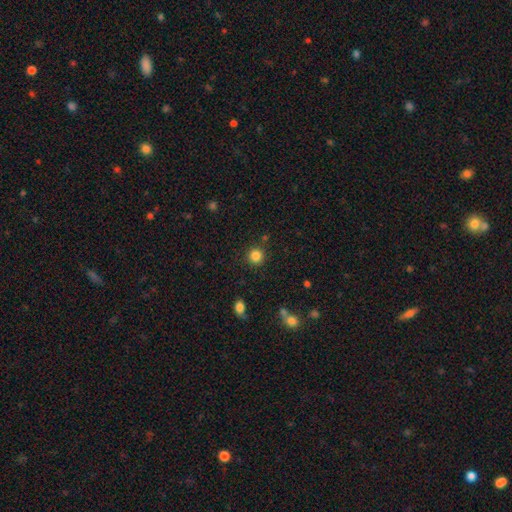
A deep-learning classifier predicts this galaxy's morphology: A smooth galaxy with no disk features (84%) that is round (93%).

Vote fractions:
- Smooth or featured? smooth: 84% / star or artifact: 12% / featured or disk: 4%
- How rounded? round: 93% / in between: 6% / cigar-shaped: 1%
- Merging? none: 88% / minor disturbance: 6% / merger: 3% / major disturbance: 3%